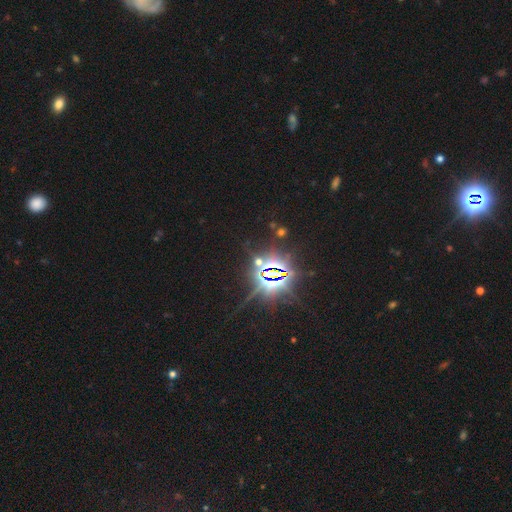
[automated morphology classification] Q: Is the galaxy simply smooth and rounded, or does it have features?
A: star or artifact — 86%.